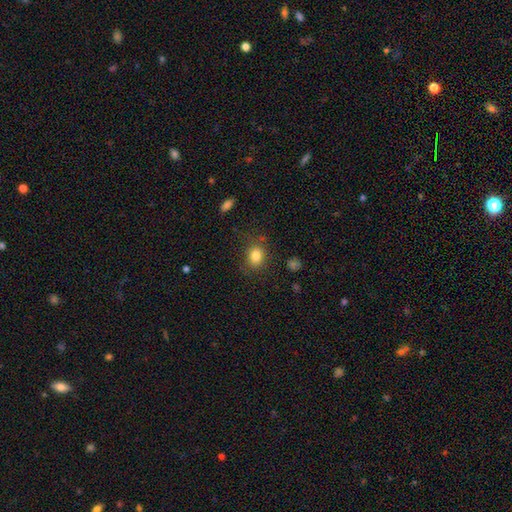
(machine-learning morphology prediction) Smooth or featured: smooth — 83% (star or artifact — 11%)
How rounded: round — 51% (in between — 48%)
Merging: none — 78% (minor disturbance — 14%)